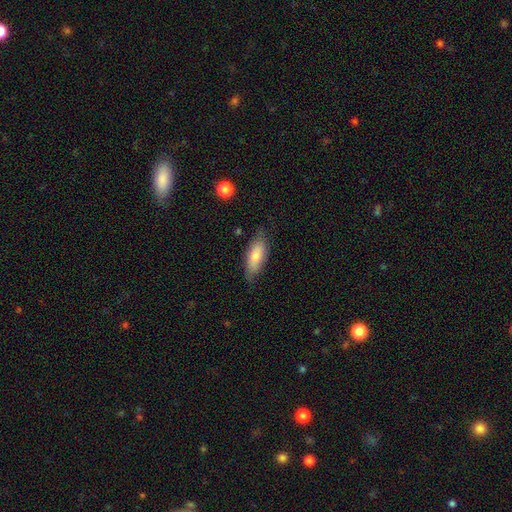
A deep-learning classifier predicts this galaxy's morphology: Smooth or featured?
  - smooth: 77% *
  - featured or disk: 17%
  - star or artifact: 6%
How rounded?
  - in between: 74% *
  - cigar-shaped: 24%
  - round: 2%
Merging?
  - none: 72% *
  - minor disturbance: 22%
  - major disturbance: 5%
  - merger: 2%